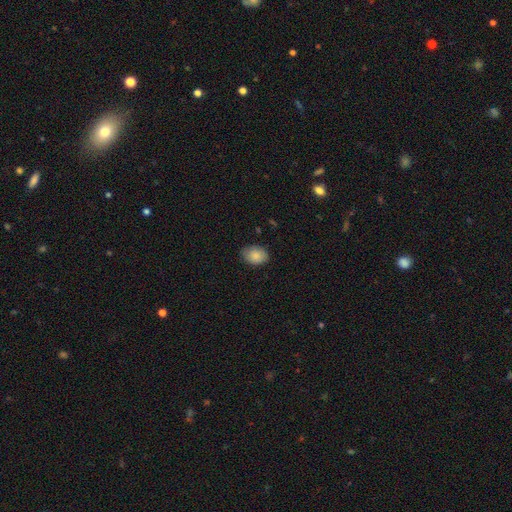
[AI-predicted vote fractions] Smooth or featured? smooth (85%)
How rounded? in between (75%)
Merging? none (78%)